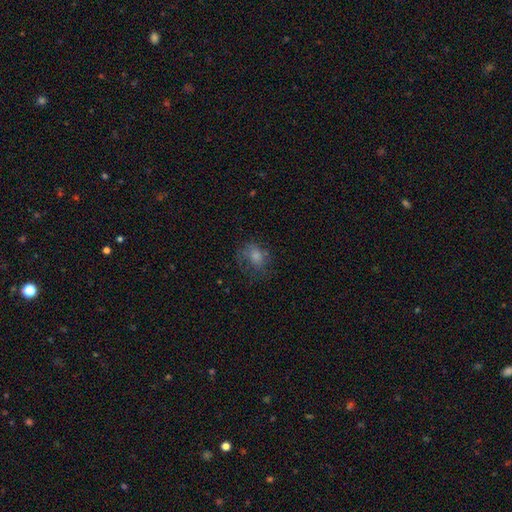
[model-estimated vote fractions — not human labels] This is possibly a smooth galaxy (54%). How rounded: possibly round (51%). Merging: possibly none (60%).